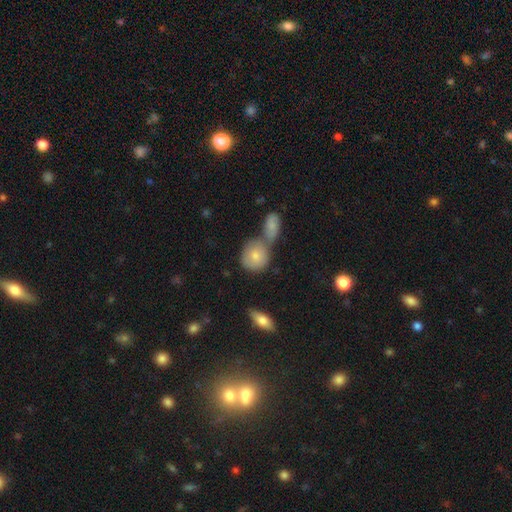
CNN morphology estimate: A smooth galaxy with no disk features (76%) that is round (69%).

Vote fractions:
- Smooth or featured? smooth: 76% / featured or disk: 16% / star or artifact: 8%
- How rounded? round: 69% / in between: 28% / cigar-shaped: 2%
- Merging? merger: 45% / none: 39% / minor disturbance: 12% / major disturbance: 4%